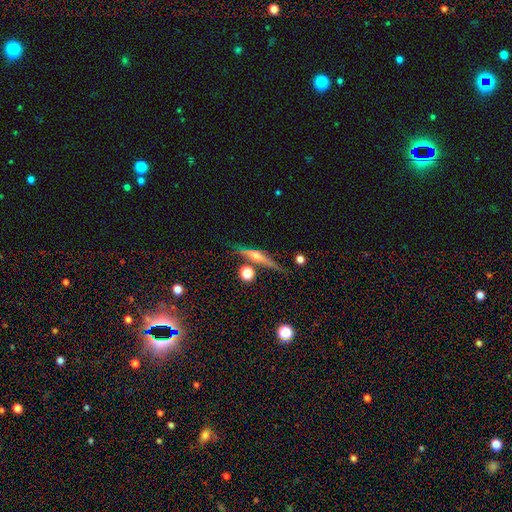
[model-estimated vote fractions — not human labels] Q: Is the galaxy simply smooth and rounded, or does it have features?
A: featured or disk — 69%.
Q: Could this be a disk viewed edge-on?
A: yes — 95%.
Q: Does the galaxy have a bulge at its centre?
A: rounded — 80%.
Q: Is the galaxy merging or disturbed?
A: none — 77%.